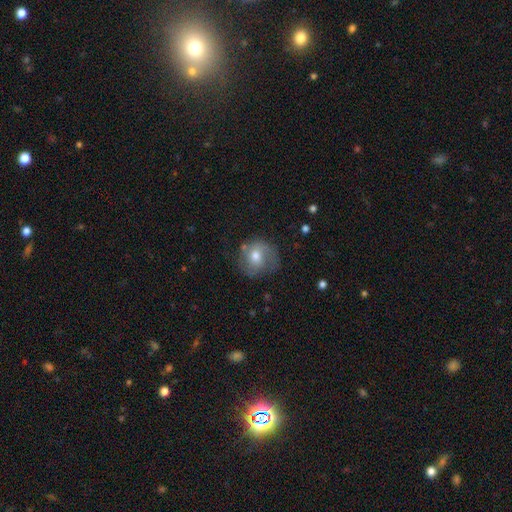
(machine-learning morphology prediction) smooth 49%, featured or disk 42%, star or artifact 9%. Down the decision tree: merging — none (62%).